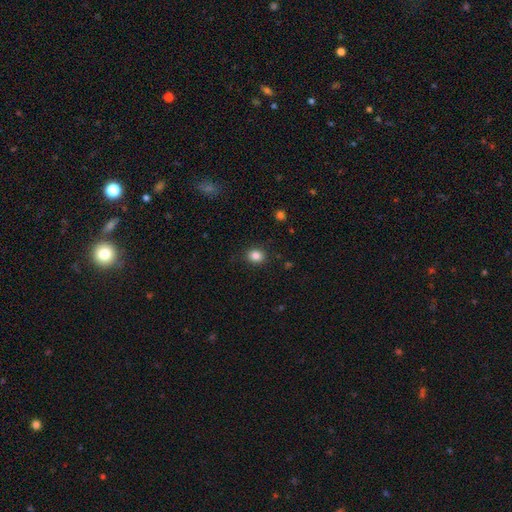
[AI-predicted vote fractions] A smooth galaxy with no disk features (84%) that is round (64%). Merging: none (88%).